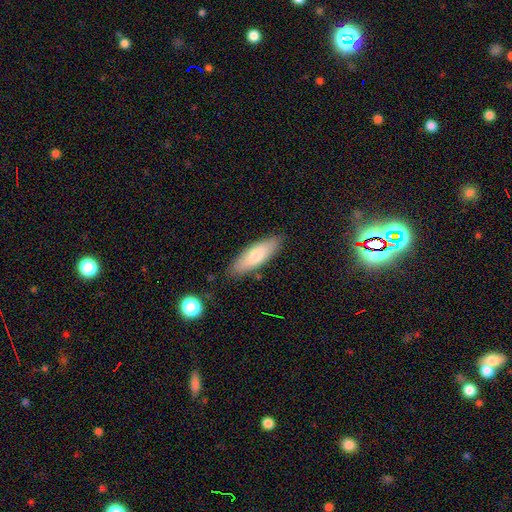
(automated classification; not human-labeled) The model was most divided on "how rounded": cigar-shaped: 52%, in between: 46%, round: 2%. More confident: merging — none (85%); smooth or featured — smooth (73%).